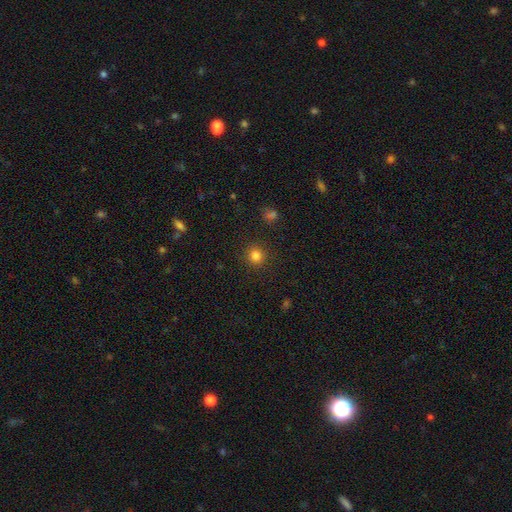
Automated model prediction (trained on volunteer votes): smooth 82%, star or artifact 13%, featured or disk 5%. Down the decision tree: how rounded — round (91%); merging — none (90%).